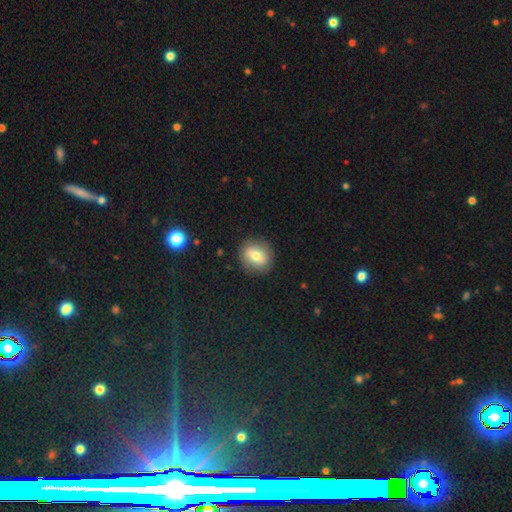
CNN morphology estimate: type=smooth (66%); roundness=round (70%); merging=none (86%).